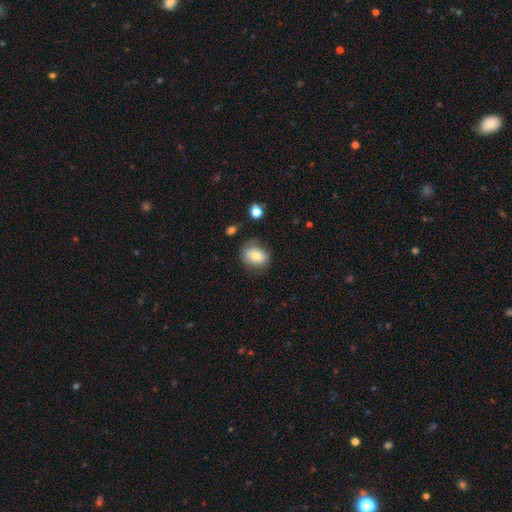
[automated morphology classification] The model was most divided on "how rounded": in between: 54%, round: 45%, cigar-shaped: 1%. More confident: smooth or featured — smooth (75%); merging — none (72%).